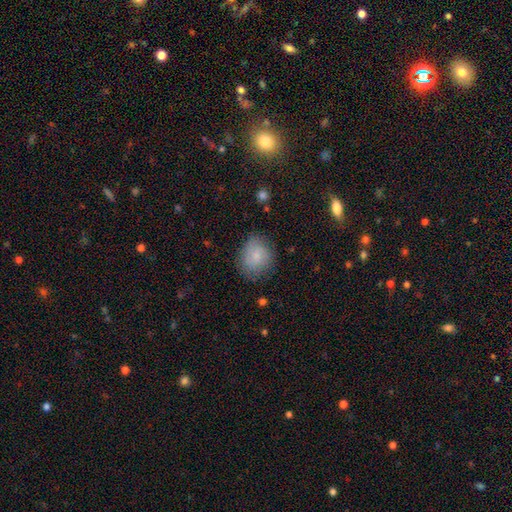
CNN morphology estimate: Overall: smooth (77%). How rounded: round (62%; in between 37%). Merging: none (73%).